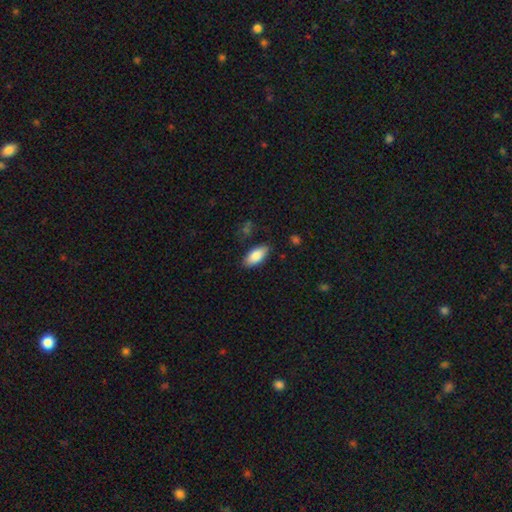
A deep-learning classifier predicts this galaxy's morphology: Q: Smooth or featured?
A: smooth (84%); runner-up: featured or disk (10%)
Q: How rounded?
A: in between (89%); runner-up: cigar-shaped (9%)
Q: Merging?
A: none (83%); runner-up: minor disturbance (13%)